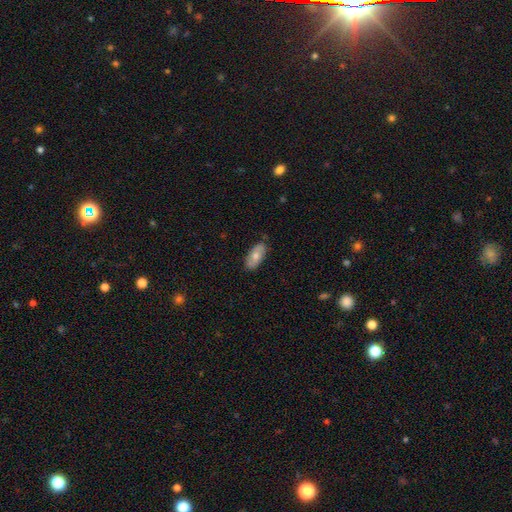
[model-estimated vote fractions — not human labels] Smooth or featured? Predicted: smooth (p=0.66). How rounded? Predicted: in between (p=0.89). Merging? Predicted: none (p=0.82).